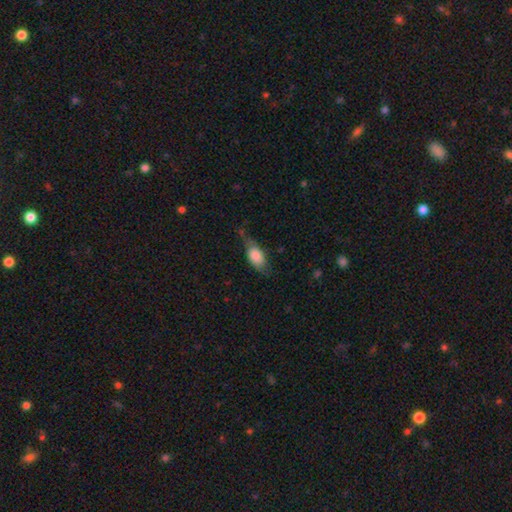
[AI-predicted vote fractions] Morphology: type=smooth (72%); roundness=in between (84%); merging=none (45%).